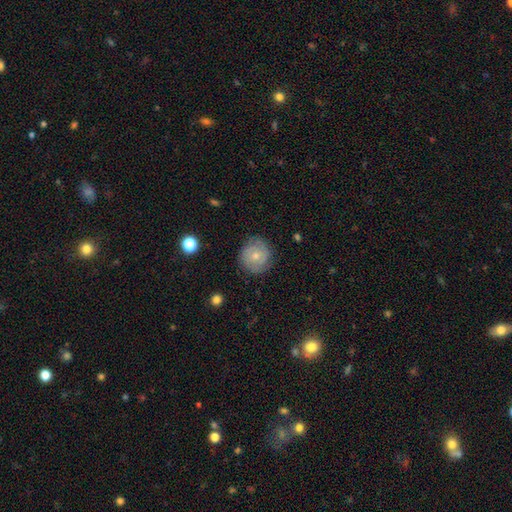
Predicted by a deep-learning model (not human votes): Q: Smooth or featured?
A: featured or disk (52%); runner-up: smooth (41%)
Q: Edge-on disk?
A: no (97%); runner-up: yes (3%)
Q: Bar?
A: no (76%); runner-up: weak (21%)
Q: Spiral arms?
A: yes (81%); runner-up: no (19%)
Q: Bulge size?
A: small (49%); runner-up: moderate (46%)
Q: Merging?
A: none (81%); runner-up: minor disturbance (14%)